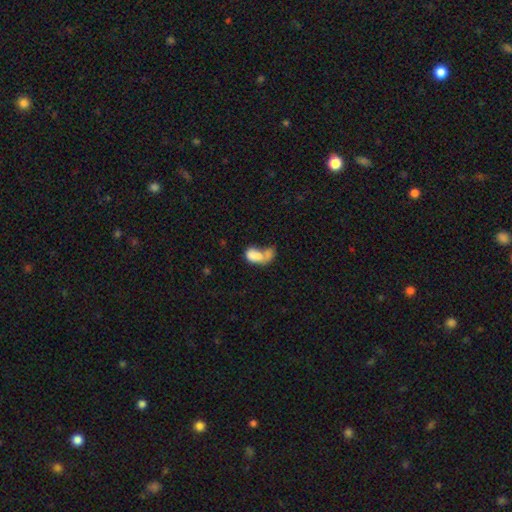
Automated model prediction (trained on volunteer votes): smooth-or-featured: smooth: 72% | featured or disk: 19% | star or artifact: 9%
  how-rounded: in between: 87% | round: 11% | cigar-shaped: 3%
  merging: merger: 68% | none: 13% | major disturbance: 11% | minor disturbance: 8%